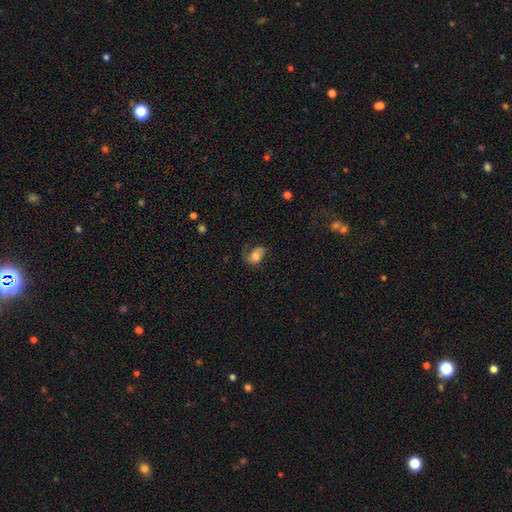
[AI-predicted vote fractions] Smooth or featured: smooth — 52% (featured or disk — 37%)
How rounded: in between — 82% (round — 16%)
Merging: major disturbance — 37% (none — 34%)